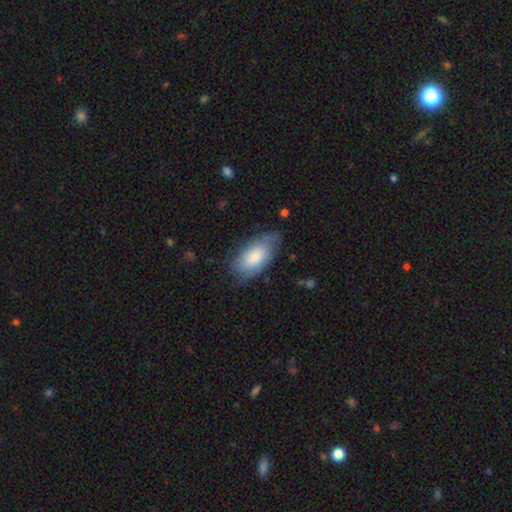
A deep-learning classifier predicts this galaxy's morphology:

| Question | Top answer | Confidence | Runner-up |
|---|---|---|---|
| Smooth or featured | smooth | 64% | featured or disk (30%) |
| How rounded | in between | 92% | cigar-shaped (5%) |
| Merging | none | 66% | minor disturbance (25%) |